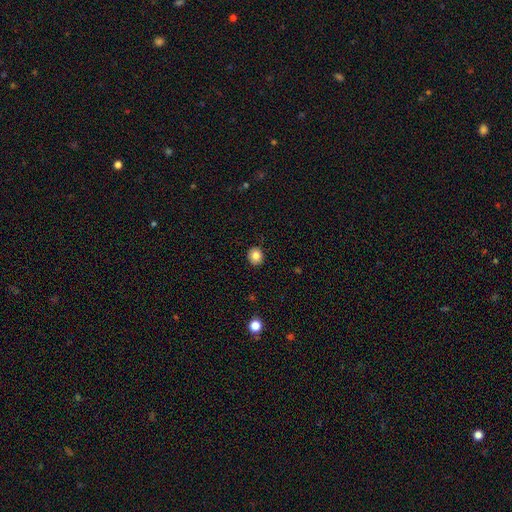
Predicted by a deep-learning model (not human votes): Q: Smooth or featured?
A: smooth (85%); runner-up: star or artifact (10%)
Q: How rounded?
A: round (75%); runner-up: in between (25%)
Q: Merging?
A: none (89%); runner-up: minor disturbance (8%)